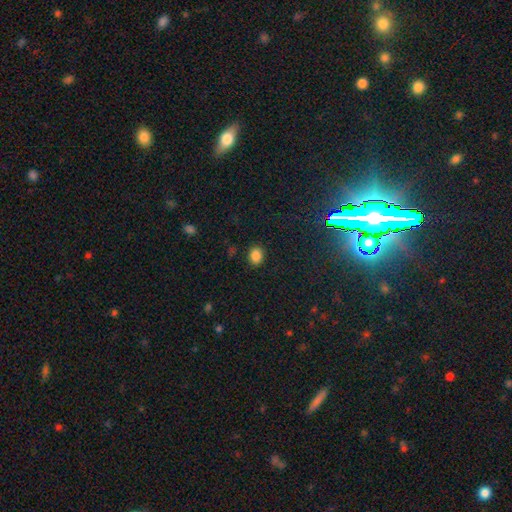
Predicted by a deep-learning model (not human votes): Smooth or featured?
  - smooth: 85% *
  - star or artifact: 11%
  - featured or disk: 4%
How rounded?
  - round: 51% *
  - in between: 48%
  - cigar-shaped: 1%
Merging?
  - none: 88% *
  - minor disturbance: 8%
  - major disturbance: 2%
  - merger: 1%